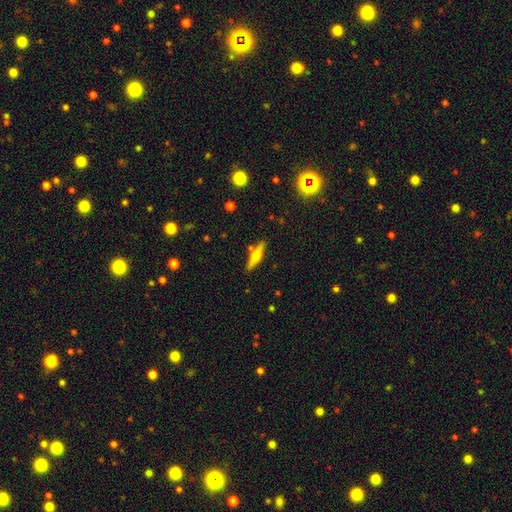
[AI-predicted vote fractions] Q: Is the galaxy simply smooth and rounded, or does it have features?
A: featured or disk — 56%.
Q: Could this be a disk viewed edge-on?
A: yes — 95%.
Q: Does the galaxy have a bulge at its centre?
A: rounded — 92%.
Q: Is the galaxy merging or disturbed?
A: none — 84%.